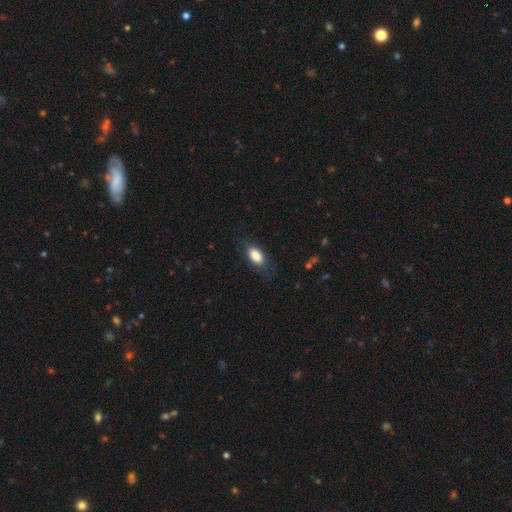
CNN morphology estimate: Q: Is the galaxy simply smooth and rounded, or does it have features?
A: smooth — 84%.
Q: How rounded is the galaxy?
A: in between — 88%.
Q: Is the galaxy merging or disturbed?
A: none — 76%.